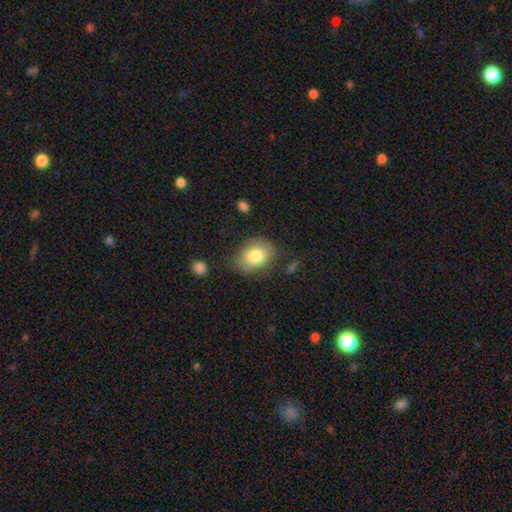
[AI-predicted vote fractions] Overall: smooth (81%). How rounded: in between (70%). Merging: none (69%).